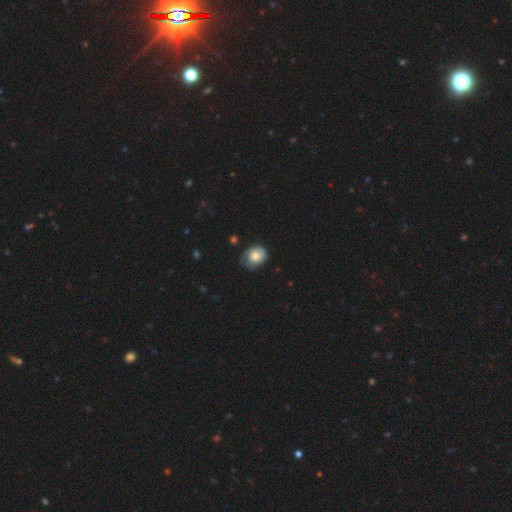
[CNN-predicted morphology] smooth-or-featured: smooth: 68% | featured or disk: 25% | star or artifact: 7%
  how-rounded: round: 57% | in between: 42% | cigar-shaped: 1%
  merging: none: 53% | minor disturbance: 35% | major disturbance: 11% | merger: 2%